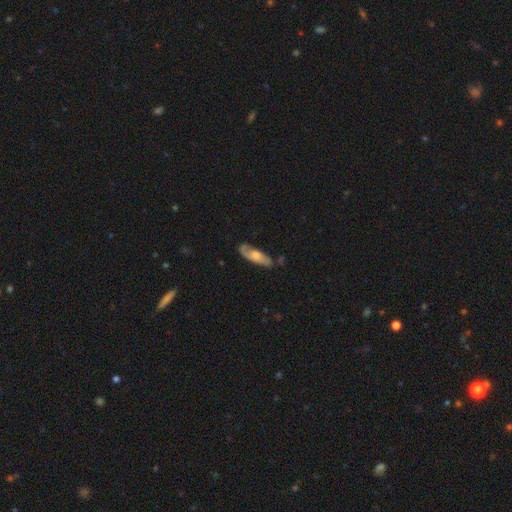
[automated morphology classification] Overall: featured or disk (53%; smooth 42%). Edge-on disk: no (71%). Merging: none (68%).